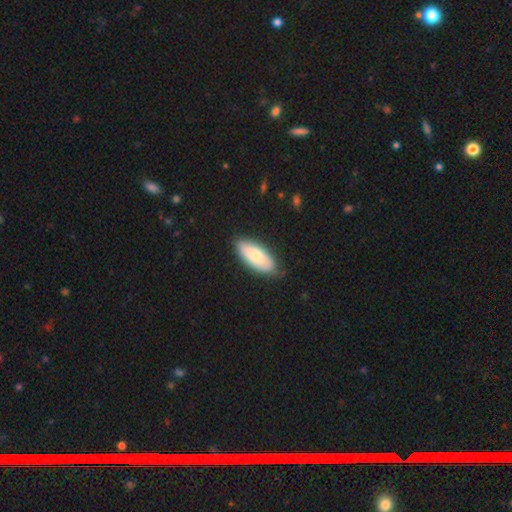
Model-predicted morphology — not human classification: Overall: smooth (69%). How rounded: in between (87%). Merging: none (81%).